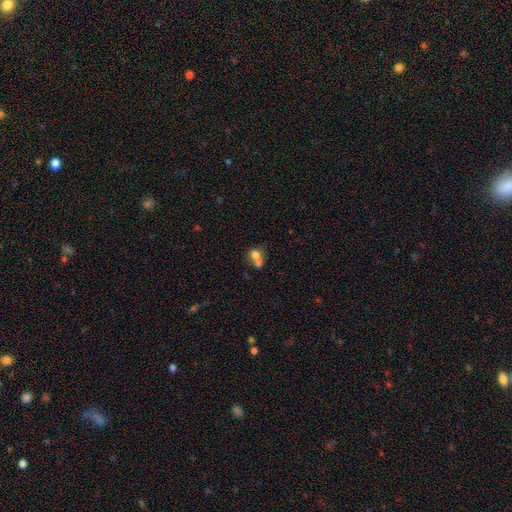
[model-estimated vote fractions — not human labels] This is likely a smooth galaxy (70%). How rounded: likely round (62%). Merging: likely merger (61%).